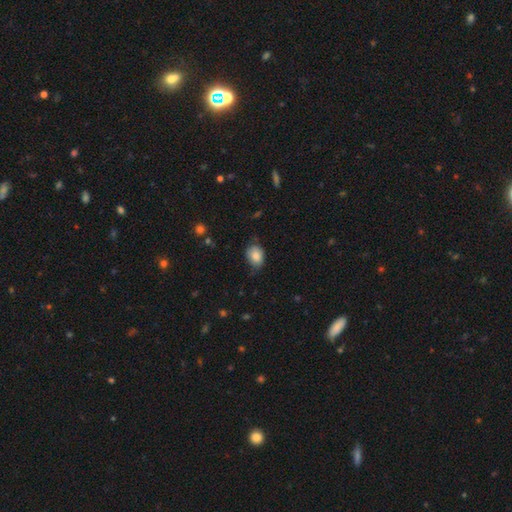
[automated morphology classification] smooth_or_featured: smooth (p=0.82) [alt: featured or disk p=0.10]
how_rounded: in between (p=0.70) [alt: round p=0.29]
merging: none (p=0.63) [alt: minor disturbance p=0.30]